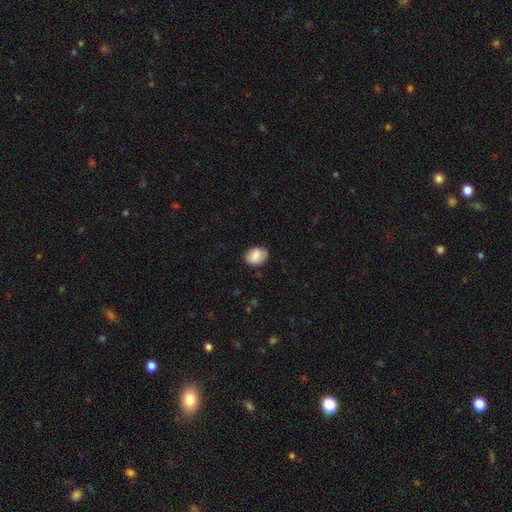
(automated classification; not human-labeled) Morphology: type=smooth (83%); roundness=in between (60%); merging=none (74%).